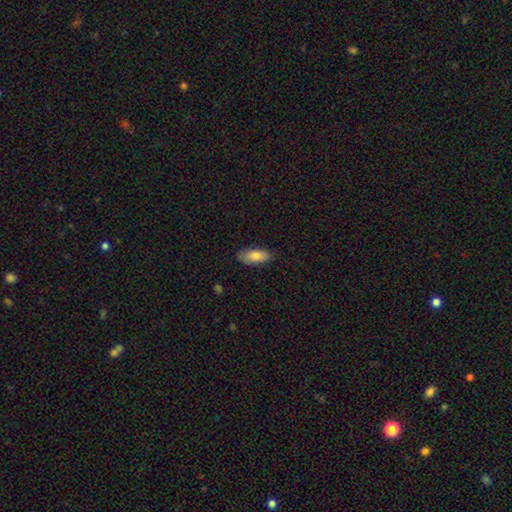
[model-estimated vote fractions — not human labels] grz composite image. It shows a smooth galaxy with no disk features (81%) that is in between round and cigar-shaped (82%). Merging: none (83%).